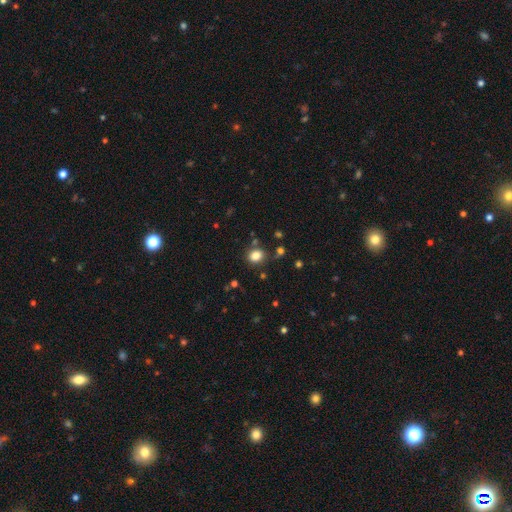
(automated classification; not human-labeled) A smooth galaxy with no disk features (82%) that is round (62%).

Vote fractions:
- Smooth or featured? smooth: 82% / star or artifact: 12% / featured or disk: 6%
- How rounded? round: 62% / in between: 37% / cigar-shaped: 1%
- Merging? none: 78% / minor disturbance: 12% / merger: 6% / major disturbance: 4%